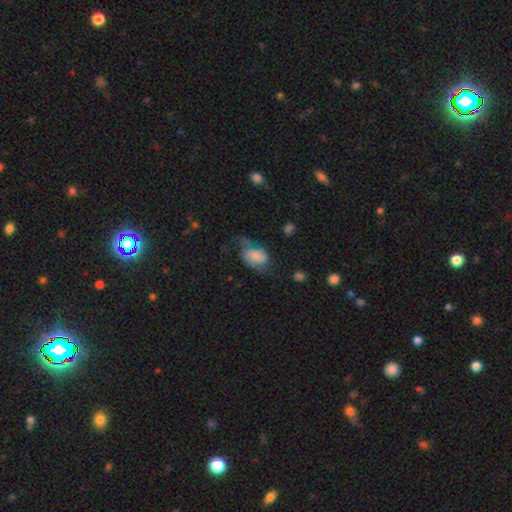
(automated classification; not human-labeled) A smooth galaxy with no disk features (60%) that is in between round and cigar-shaped (84%).

Vote fractions:
- Smooth or featured? smooth: 60% / featured or disk: 31% / star or artifact: 9%
- How rounded? in between: 84% / round: 15% / cigar-shaped: 2%
- Merging? major disturbance: 34% / minor disturbance: 31% / none: 30% / merger: 5%